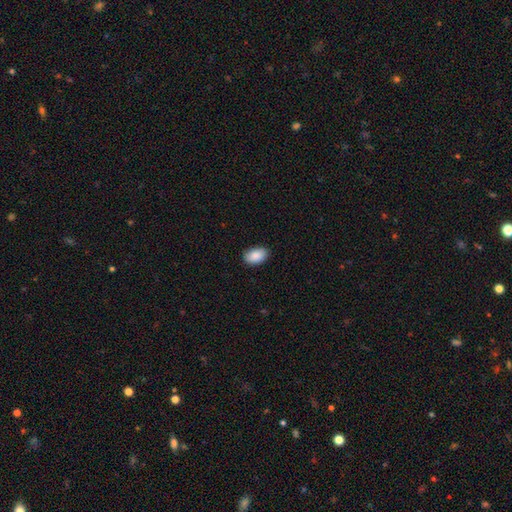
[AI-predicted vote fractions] Smooth or featured?
  - smooth: 90% *
  - star or artifact: 6%
  - featured or disk: 4%
How rounded?
  - in between: 92% *
  - round: 7%
  - cigar-shaped: 1%
Merging?
  - none: 85% *
  - minor disturbance: 12%
  - major disturbance: 2%
  - merger: 1%